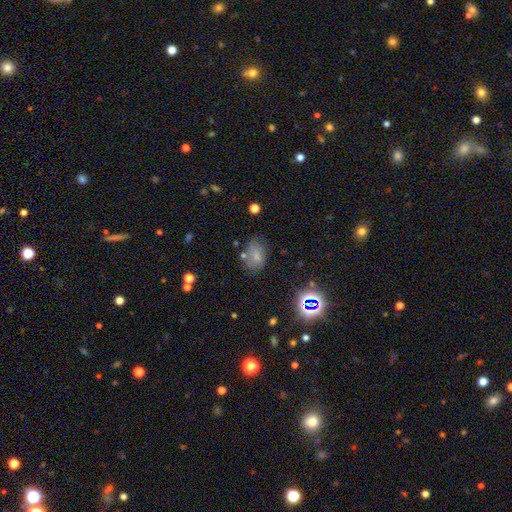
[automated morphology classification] smooth-or-featured: smooth: 68% | star or artifact: 16% | featured or disk: 16%
  how-rounded: in between: 80% | round: 18% | cigar-shaped: 1%
  merging: none: 57% | minor disturbance: 26% | major disturbance: 11% | merger: 7%